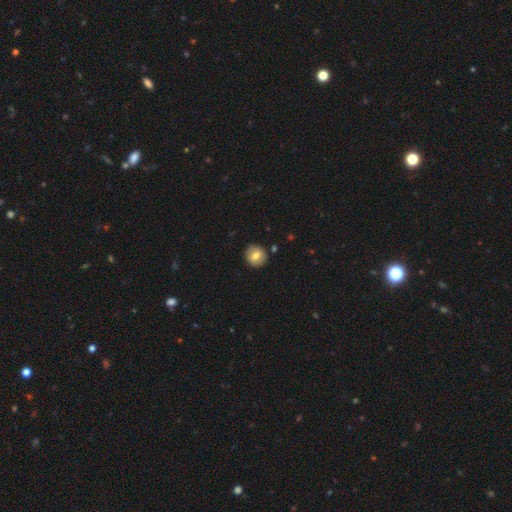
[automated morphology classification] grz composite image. It shows a smooth galaxy with no disk features (74%) that is round (90%). Merging: none (90%).